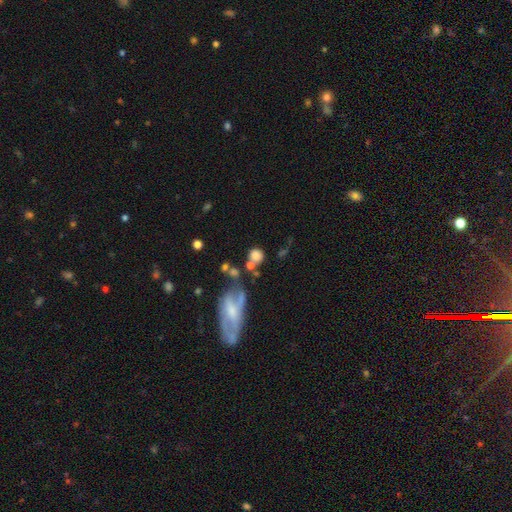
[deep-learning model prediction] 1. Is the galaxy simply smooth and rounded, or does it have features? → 71% smooth, 16% featured or disk, 13% star or artifact.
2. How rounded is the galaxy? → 75% round, 23% in between, 2% cigar-shaped.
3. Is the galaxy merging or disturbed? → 49% none, 22% merger, 16% minor disturbance, 13% major disturbance.